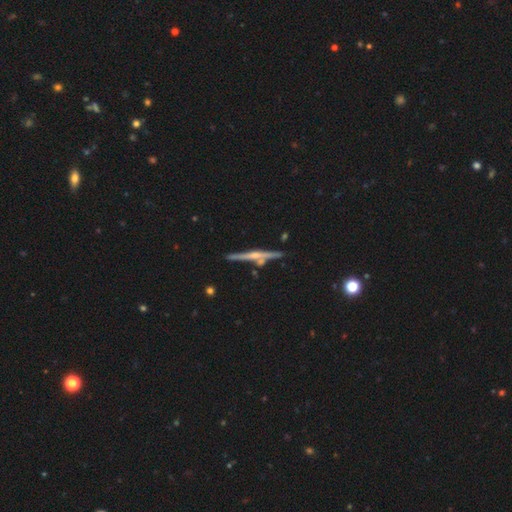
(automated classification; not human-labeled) Smooth or featured? featured or disk (76%)
Edge-on disk? yes (98%)
Edge-on bulge? rounded (73%)
Merging? none (80%)